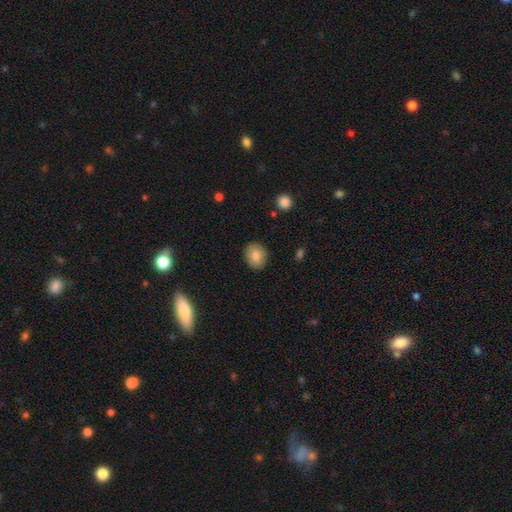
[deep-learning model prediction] smooth_or_featured: smooth (p=0.82) [alt: featured or disk p=0.11]
how_rounded: in between (p=0.52) [alt: round p=0.47]
merging: none (p=0.88) [alt: minor disturbance p=0.09]